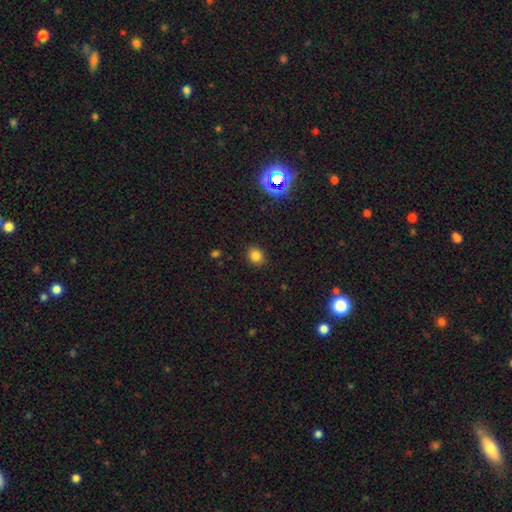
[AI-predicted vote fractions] This appears to be a smooth galaxy with no disk features (81%) that is round (64%). Merging: none (89%).